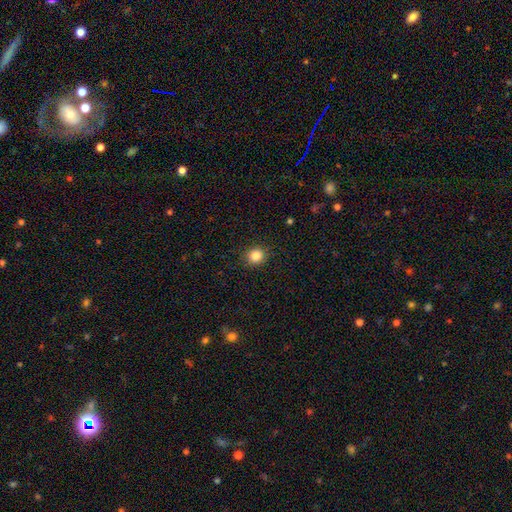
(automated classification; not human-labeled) Smooth or featured? Predicted: smooth (p=0.85). How rounded? Predicted: round (p=0.86). Merging? Predicted: none (p=0.90).